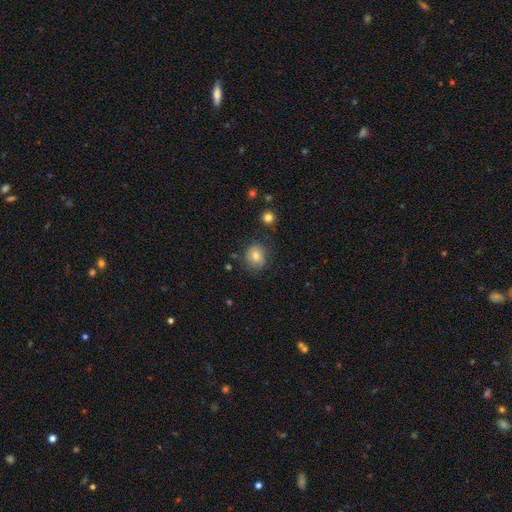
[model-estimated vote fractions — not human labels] This appears to be a smooth galaxy with no disk features (74%) that is round (82%). Merging: none (77%).